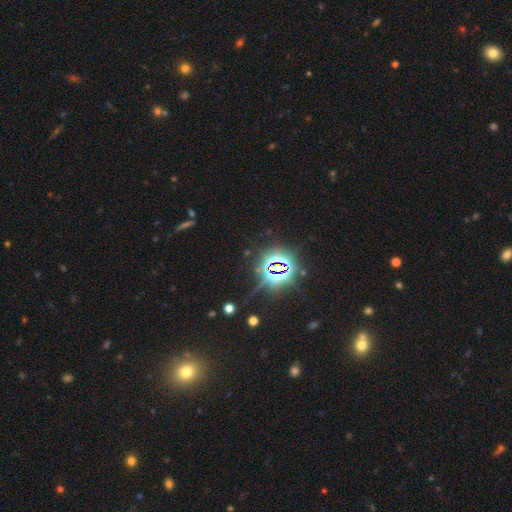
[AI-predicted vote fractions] A star or artifact, not a galaxy (82%).

Vote fractions:
- Smooth or featured? star or artifact: 82% / smooth: 10% / featured or disk: 8%